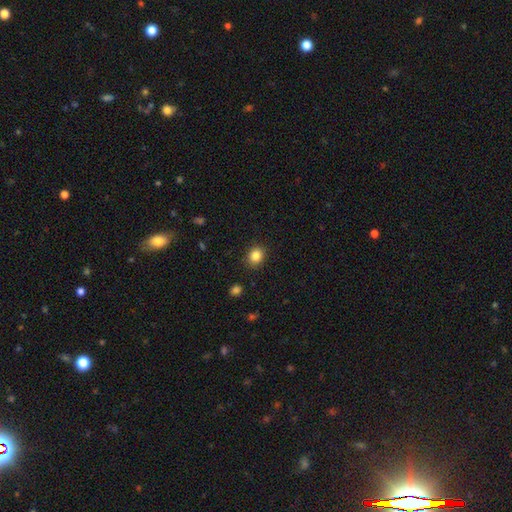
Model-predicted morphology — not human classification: Smooth or featured? smooth (85%)
How rounded? round (68%)
Merging? none (89%)